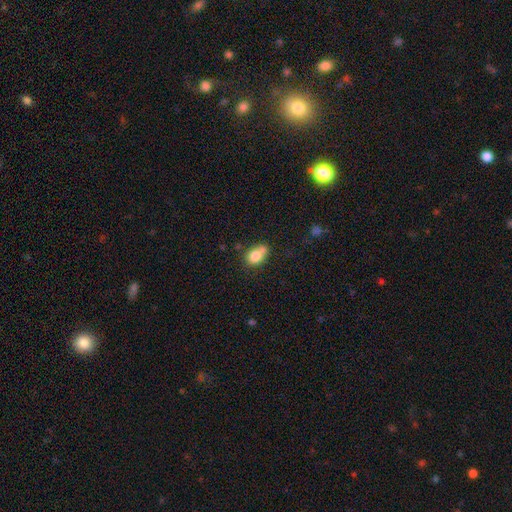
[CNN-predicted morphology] smooth_or_featured: smooth (p=0.78) [alt: featured or disk p=0.12]
how_rounded: in between (p=0.50) [alt: round p=0.48]
merging: none (p=0.39) [alt: merger p=0.37]